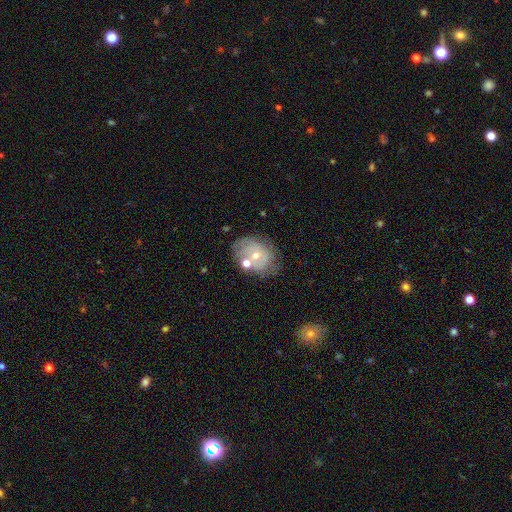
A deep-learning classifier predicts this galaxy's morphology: A featured or disk galaxy (61%) with no bar (80%), spiral arms (64%) and a small central bulge (61%). Merging: none (60%).